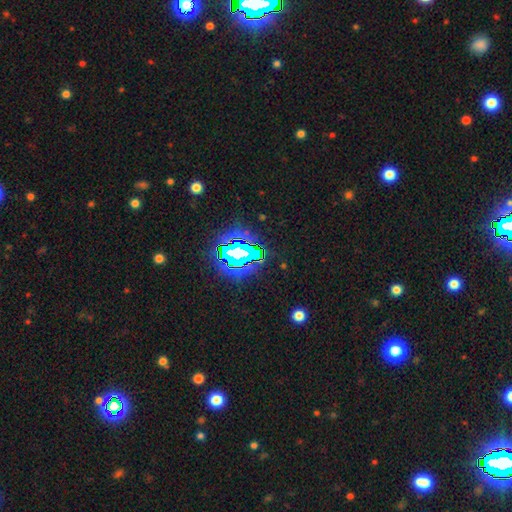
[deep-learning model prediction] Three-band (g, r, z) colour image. It shows a star or artifact, not a galaxy (80%).